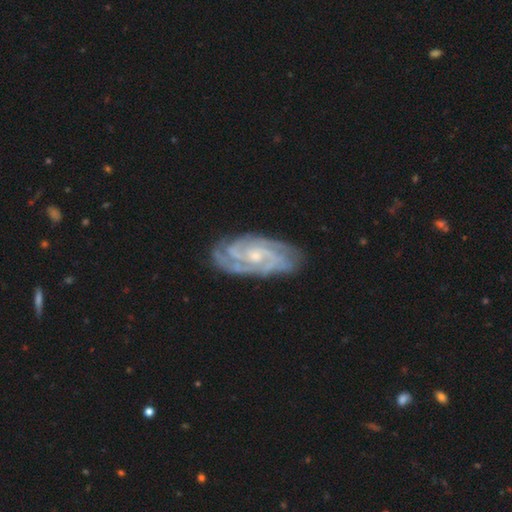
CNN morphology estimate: This appears to be a featured or disk galaxy (90%) with no bar (62%), 3 (33%) tight (72%) spiral arms (98%) and a small central bulge (60%). Merging: none (82%).